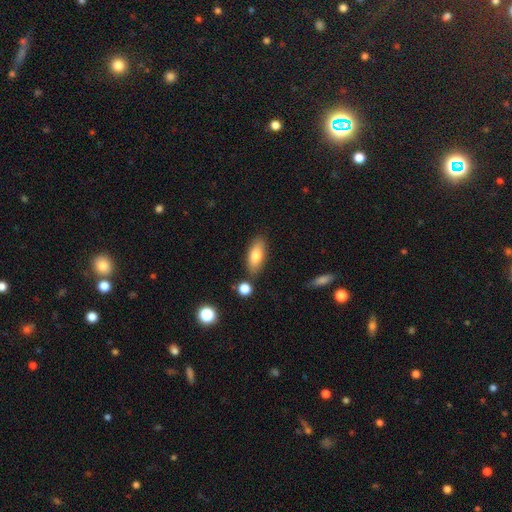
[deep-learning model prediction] Smooth or featured? Predicted: smooth (p=0.77). How rounded? Predicted: in between (p=0.78). Merging? Predicted: none (p=0.80).